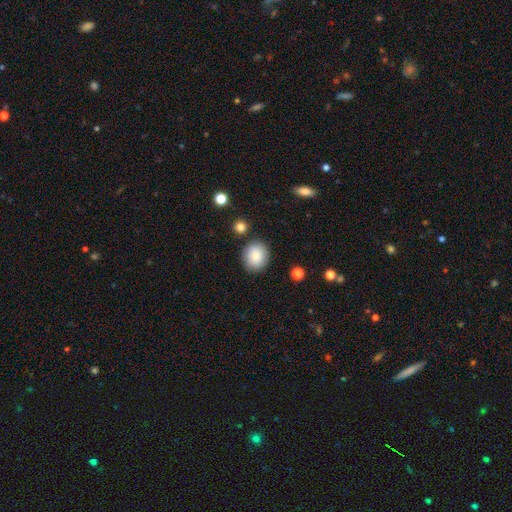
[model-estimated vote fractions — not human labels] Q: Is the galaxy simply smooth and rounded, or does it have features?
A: smooth — 87%.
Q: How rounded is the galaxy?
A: round — 70%.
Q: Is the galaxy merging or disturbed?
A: none — 86%.